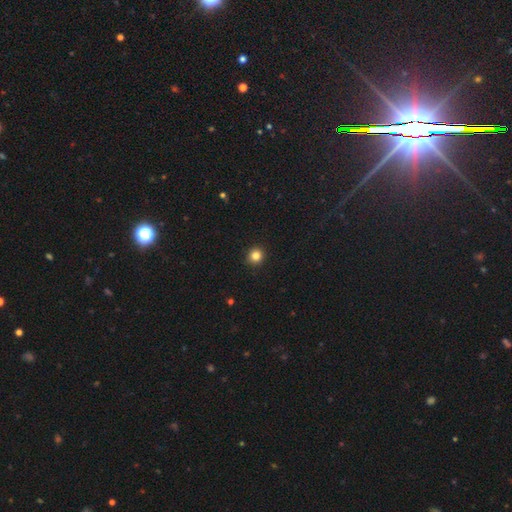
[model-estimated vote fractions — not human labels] A smooth galaxy with no disk features (84%) that is round (93%).

Vote fractions:
- Smooth or featured? smooth: 84% / star or artifact: 12% / featured or disk: 4%
- How rounded? round: 93% / in between: 6% / cigar-shaped: 1%
- Merging? none: 93% / minor disturbance: 5% / major disturbance: 1% / merger: 1%